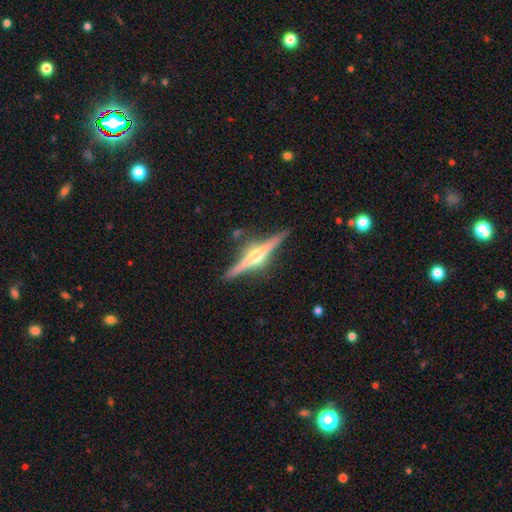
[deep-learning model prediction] Smooth or featured? Predicted: featured or disk (p=0.82). Edge-on disk? Predicted: yes (p=0.98). Edge-on bulge? Predicted: rounded (p=0.91). Merging? Predicted: none (p=0.86).